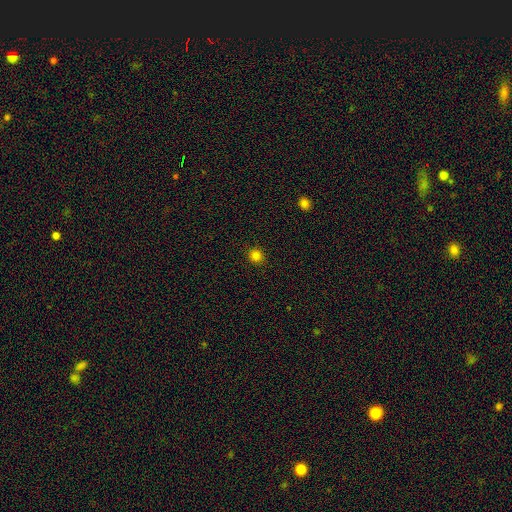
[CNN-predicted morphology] A smooth galaxy with no disk features (82%) that is round (88%).

Vote fractions:
- Smooth or featured? smooth: 82% / star or artifact: 14% / featured or disk: 4%
- How rounded? round: 88% / in between: 11% / cigar-shaped: 1%
- Merging? none: 92% / minor disturbance: 5% / major disturbance: 2% / merger: 1%